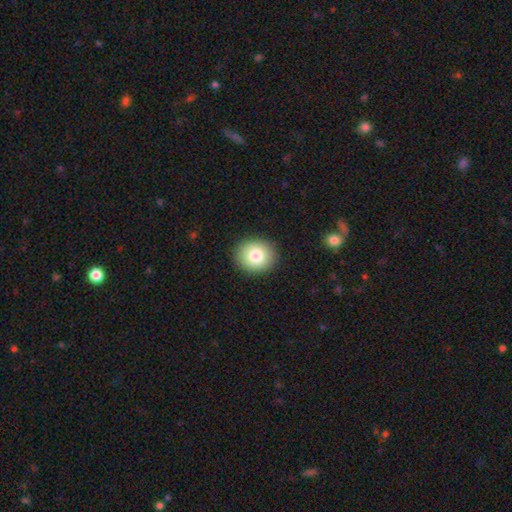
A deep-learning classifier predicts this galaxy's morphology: Smooth or featured: smooth — 82% (featured or disk — 10%)
How rounded: round — 74% (in between — 25%)
Merging: none — 91% (minor disturbance — 6%)